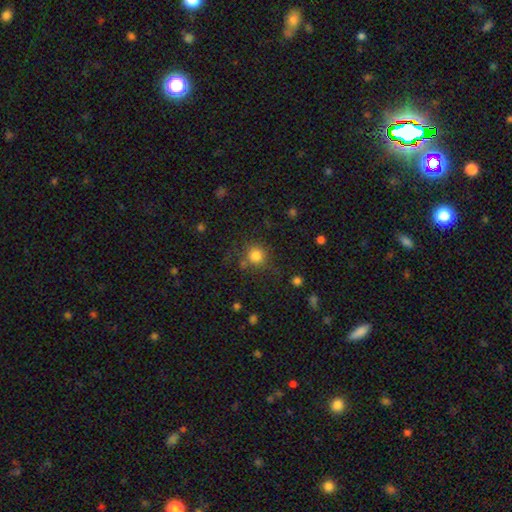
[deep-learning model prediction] Smooth or featured: smooth — 81% (star or artifact — 13%)
How rounded: round — 91% (in between — 8%)
Merging: none — 75% (minor disturbance — 13%)